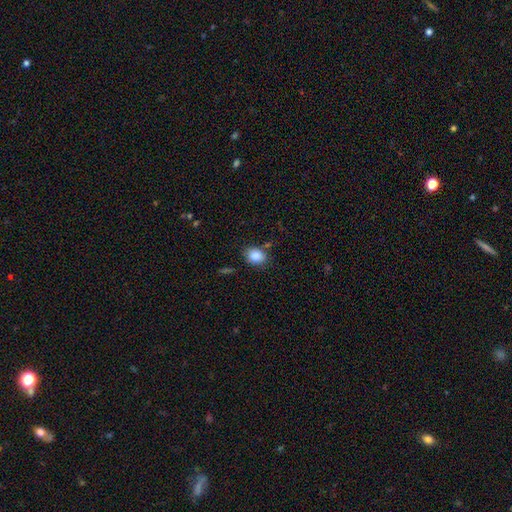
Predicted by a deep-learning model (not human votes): smooth 86%, star or artifact 9%, featured or disk 5%. Down the decision tree: how rounded — in between (53%); merging — none (75%).